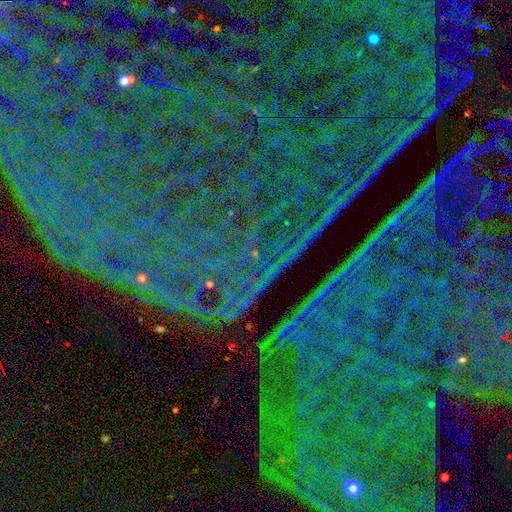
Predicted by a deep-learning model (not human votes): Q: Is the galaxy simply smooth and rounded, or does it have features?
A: star or artifact — 88%.